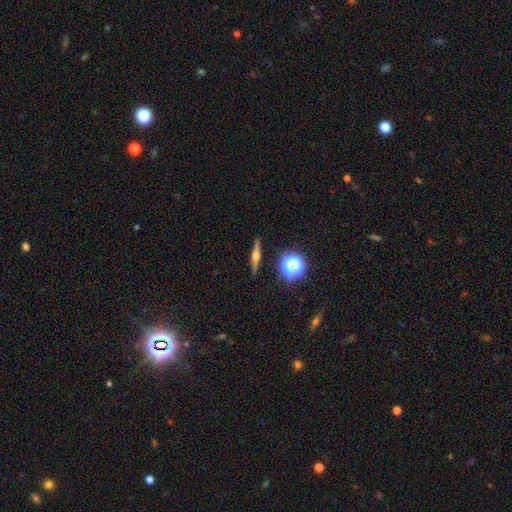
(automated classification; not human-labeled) A featured or disk galaxy (61%) viewed edge-on (96%) with a rounded central bulge (89%).

Vote fractions:
- Smooth or featured? featured or disk: 61% / smooth: 28% / star or artifact: 11%
- Edge-on disk? yes: 96% / no: 4%
- Edge-on bulge? rounded: 89% / boxy: 6% / none: 4%
- Merging? none: 90% / minor disturbance: 7% / major disturbance: 2% / merger: 1%